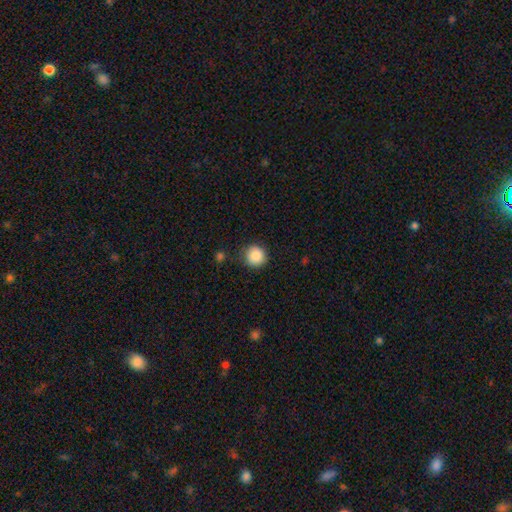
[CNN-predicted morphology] smooth 88%, star or artifact 9%, featured or disk 3%. Down the decision tree: how rounded — round (94%); merging — none (86%).